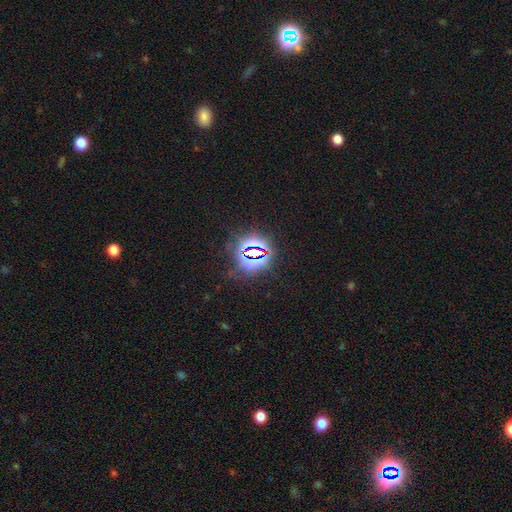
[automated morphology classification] The model was most divided on "smooth or featured": star or artifact: 79%, smooth: 13%, featured or disk: 8%.